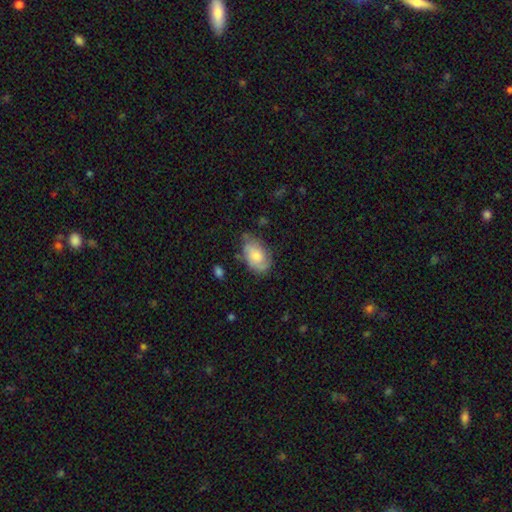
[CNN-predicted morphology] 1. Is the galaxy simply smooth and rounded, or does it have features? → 60% smooth, 33% featured or disk, 7% star or artifact.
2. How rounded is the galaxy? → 89% in between, 10% round, 1% cigar-shaped.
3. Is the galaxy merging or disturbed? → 62% none, 28% minor disturbance, 8% major disturbance, 3% merger.